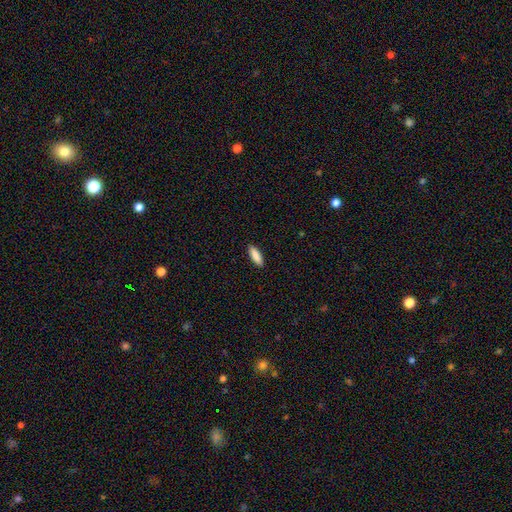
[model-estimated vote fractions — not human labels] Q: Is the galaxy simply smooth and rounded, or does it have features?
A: smooth — 89%.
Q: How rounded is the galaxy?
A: in between — 54%.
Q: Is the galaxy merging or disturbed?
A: none — 90%.